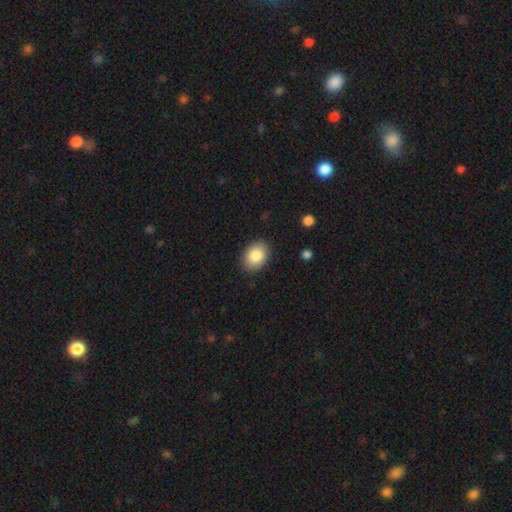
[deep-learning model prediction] The model was most divided on "how rounded": in between: 76%, round: 23%, cigar-shaped: 1%. More confident: merging — none (88%); smooth or featured — smooth (85%).